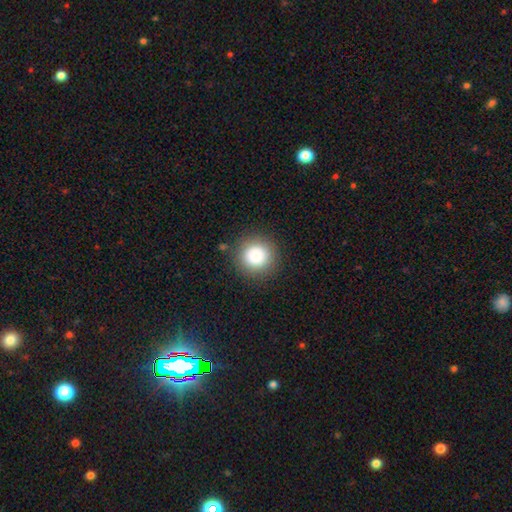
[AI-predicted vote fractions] Smooth or featured?
  - smooth: 85% *
  - star or artifact: 10%
  - featured or disk: 5%
How rounded?
  - round: 95% *
  - in between: 4%
  - cigar-shaped: 1%
Merging?
  - none: 89% *
  - minor disturbance: 7%
  - major disturbance: 3%
  - merger: 2%